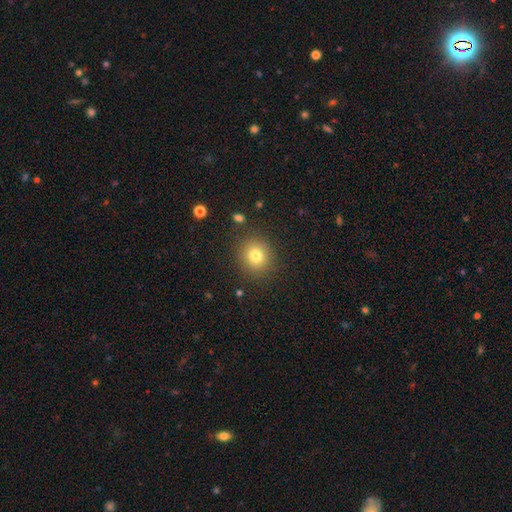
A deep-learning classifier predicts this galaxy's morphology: A smooth galaxy with no disk features (79%) that is round (85%).

Vote fractions:
- Smooth or featured? smooth: 79% / star or artifact: 13% / featured or disk: 9%
- How rounded? round: 85% / in between: 15% / cigar-shaped: 1%
- Merging? none: 87% / minor disturbance: 8% / major disturbance: 3% / merger: 2%